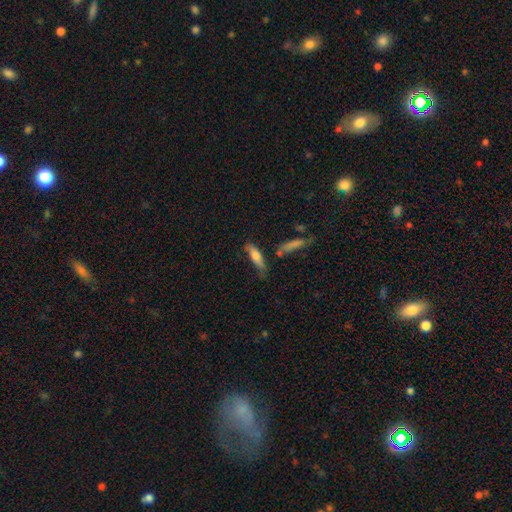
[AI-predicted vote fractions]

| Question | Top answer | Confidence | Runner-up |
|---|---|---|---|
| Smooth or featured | smooth | 70% | featured or disk (23%) |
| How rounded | cigar-shaped | 57% | in between (40%) |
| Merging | none | 51% | minor disturbance (27%) |